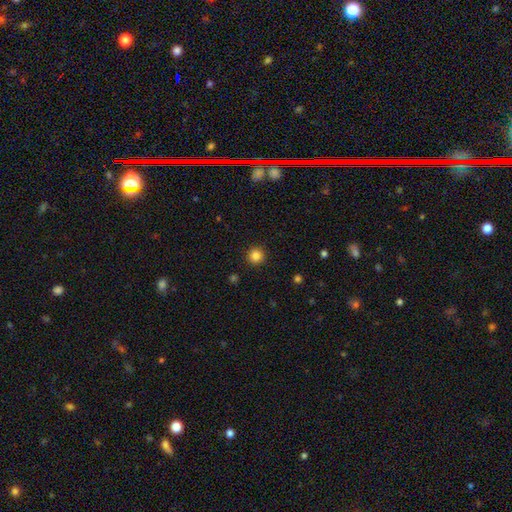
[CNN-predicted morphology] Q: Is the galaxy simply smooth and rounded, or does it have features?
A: smooth — 84%.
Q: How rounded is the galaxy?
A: round — 95%.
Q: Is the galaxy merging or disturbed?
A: none — 92%.